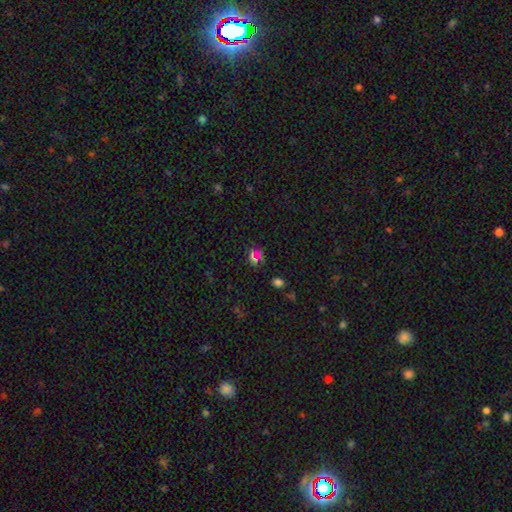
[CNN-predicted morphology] Q: Smooth or featured?
A: smooth (47%); runner-up: star or artifact (44%)
Q: Merging?
A: none (72%); runner-up: minor disturbance (14%)